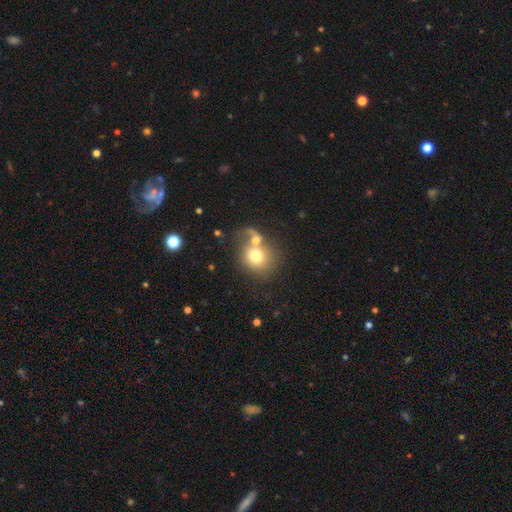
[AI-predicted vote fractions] A smooth galaxy with no disk features (68%) that is round (74%).

Vote fractions:
- Smooth or featured? smooth: 68% / featured or disk: 22% / star or artifact: 9%
- How rounded? round: 74% / in between: 25% / cigar-shaped: 1%
- Merging? merger: 52% / none: 27% / major disturbance: 11% / minor disturbance: 10%